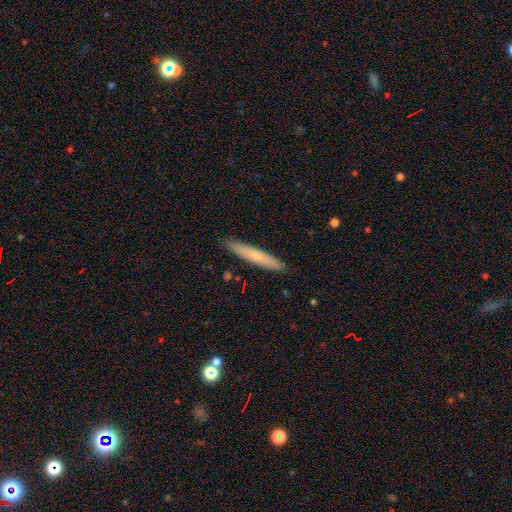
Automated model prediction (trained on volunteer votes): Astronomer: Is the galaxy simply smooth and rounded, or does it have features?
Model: smooth — 63%.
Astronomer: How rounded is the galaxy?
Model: cigar-shaped — 94%.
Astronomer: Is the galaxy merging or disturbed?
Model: none — 91%.